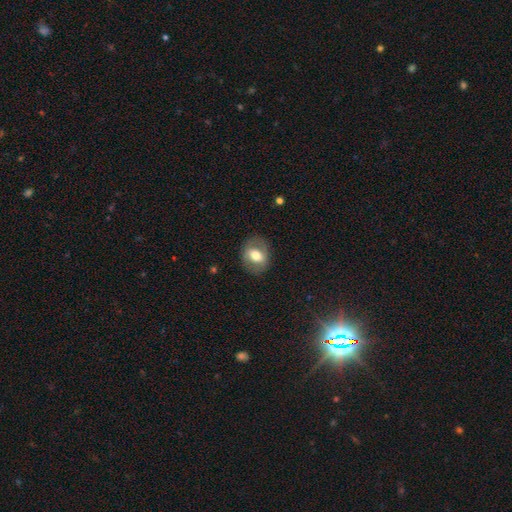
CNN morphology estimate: This appears to be a smooth galaxy with no disk features (57%) that is in between round and cigar-shaped (62%). Merging: none (81%).